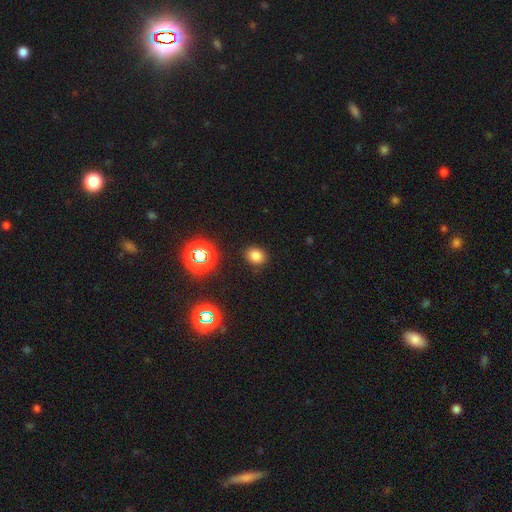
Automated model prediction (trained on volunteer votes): Smooth or featured: smooth — 77% (star or artifact — 18%)
How rounded: round — 53% (in between — 46%)
Merging: none — 87% (minor disturbance — 9%)